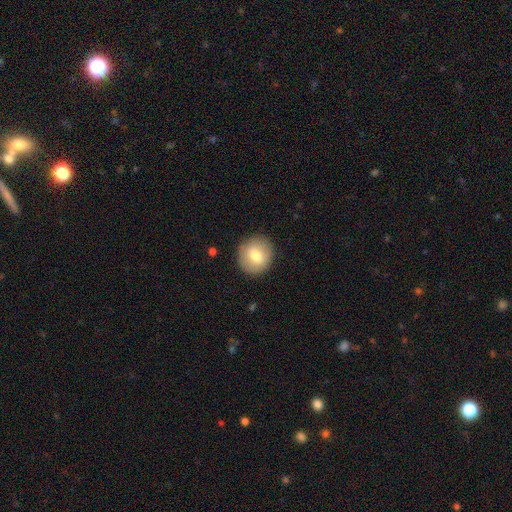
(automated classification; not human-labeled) A smooth galaxy with no disk features (72%) that is round (88%).

Vote fractions:
- Smooth or featured? smooth: 72% / featured or disk: 20% / star or artifact: 8%
- How rounded? round: 88% / in between: 11% / cigar-shaped: 1%
- Merging? none: 89% / minor disturbance: 8% / major disturbance: 2% / merger: 1%